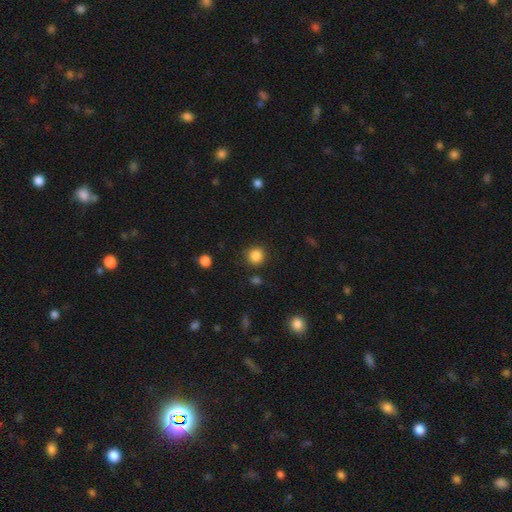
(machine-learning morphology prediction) The model was most divided on "smooth or featured": smooth: 85%, star or artifact: 11%, featured or disk: 4%. More confident: how rounded — round (92%); merging — none (88%).